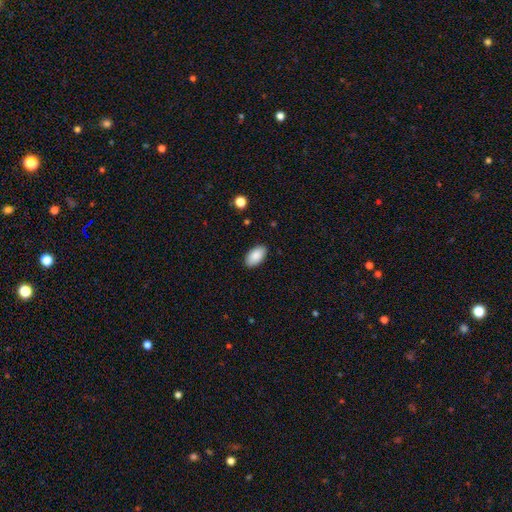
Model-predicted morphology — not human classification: A smooth galaxy with no disk features (89%) that is in between round and cigar-shaped (96%). Merging: none (89%).